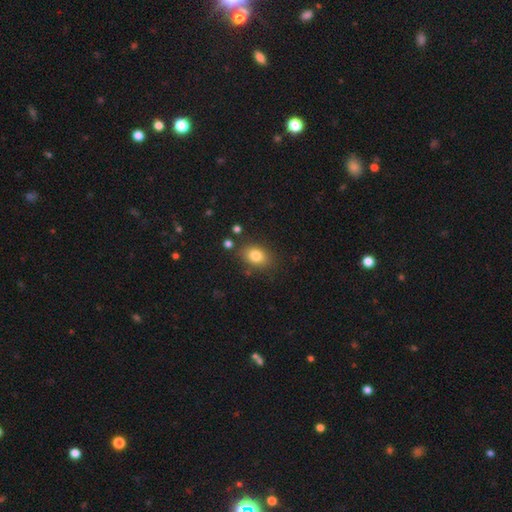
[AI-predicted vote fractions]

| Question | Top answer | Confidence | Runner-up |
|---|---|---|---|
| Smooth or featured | smooth | 82% | star or artifact (10%) |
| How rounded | in between | 74% | round (25%) |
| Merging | none | 81% | minor disturbance (12%) |